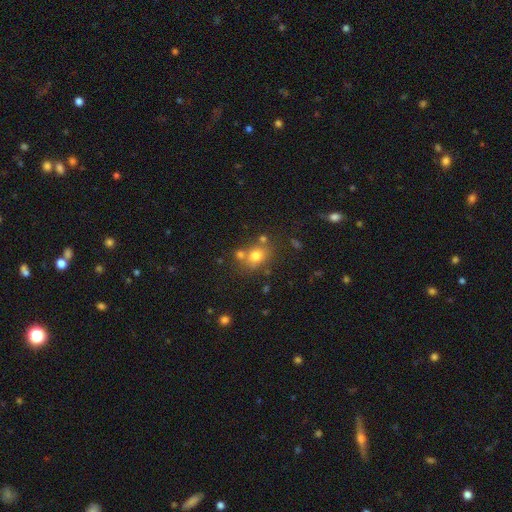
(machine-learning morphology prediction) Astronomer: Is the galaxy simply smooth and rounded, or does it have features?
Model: smooth — 75%.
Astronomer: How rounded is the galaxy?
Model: round — 65%.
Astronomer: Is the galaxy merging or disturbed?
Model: none — 61%.